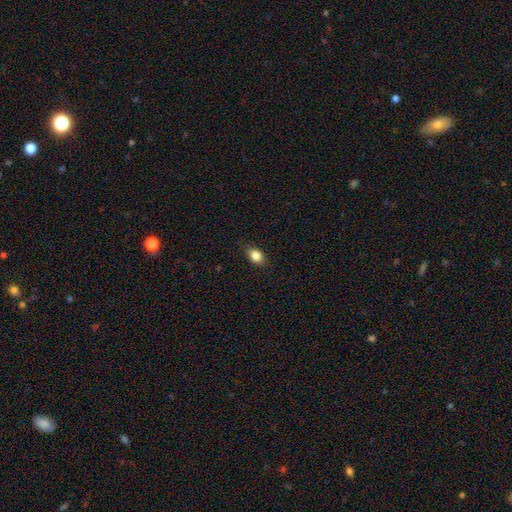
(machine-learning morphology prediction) type=smooth (85%); roundness=in between (80%); merging=none (86%).